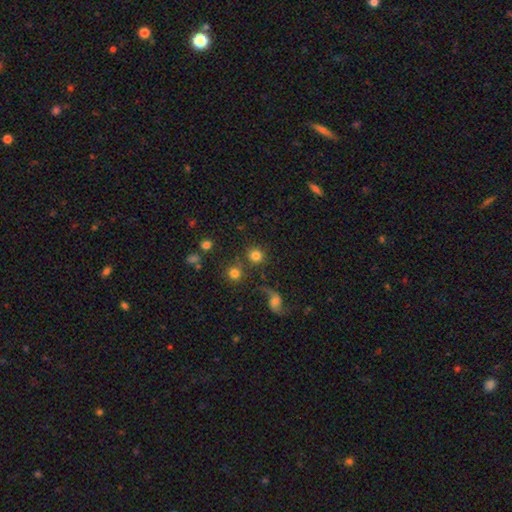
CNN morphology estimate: smooth 81%, star or artifact 10%, featured or disk 9%. Down the decision tree: how rounded — round (92%); merging — none (77%).